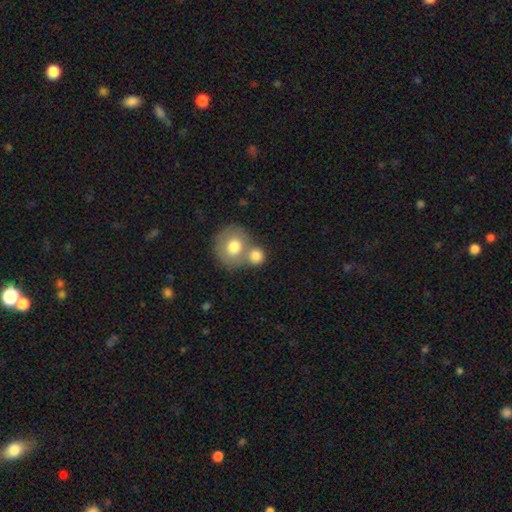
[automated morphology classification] Q: Smooth or featured?
A: smooth (78%); runner-up: featured or disk (15%)
Q: How rounded?
A: round (82%); runner-up: in between (17%)
Q: Merging?
A: merger (49%); runner-up: none (39%)